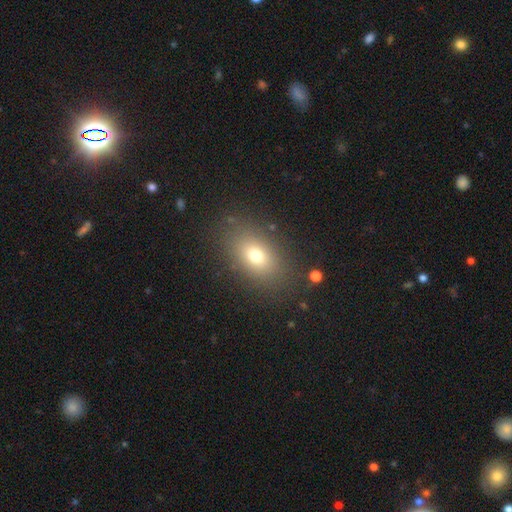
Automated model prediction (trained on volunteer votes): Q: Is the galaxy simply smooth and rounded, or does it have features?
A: smooth — 72%.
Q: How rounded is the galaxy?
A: in between — 78%.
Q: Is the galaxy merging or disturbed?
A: none — 84%.